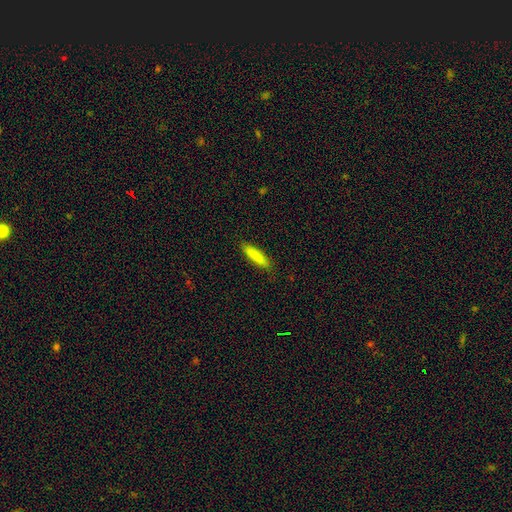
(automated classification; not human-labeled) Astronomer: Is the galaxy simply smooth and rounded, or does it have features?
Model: smooth — 85%.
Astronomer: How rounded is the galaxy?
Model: cigar-shaped — 78%.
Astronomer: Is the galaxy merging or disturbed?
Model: none — 87%.